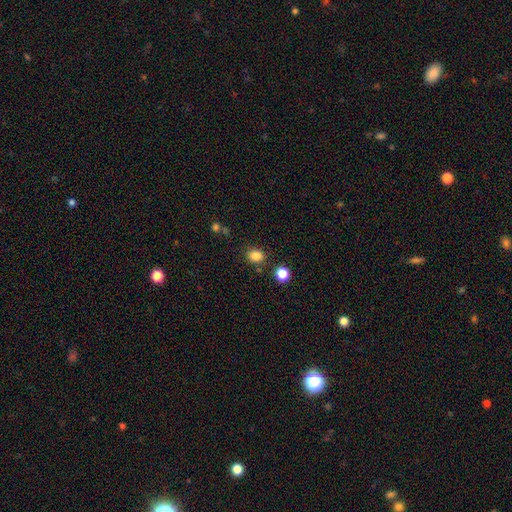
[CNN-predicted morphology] Overall: smooth (84%). How rounded: round (52%; in between 47%). Merging: none (78%).